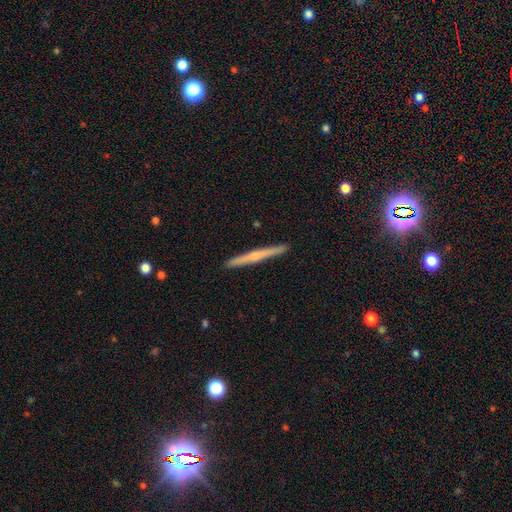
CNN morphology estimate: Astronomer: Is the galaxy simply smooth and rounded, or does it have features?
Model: featured or disk — 65%.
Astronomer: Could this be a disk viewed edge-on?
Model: yes — 98%.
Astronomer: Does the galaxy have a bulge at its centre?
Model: rounded — 70%.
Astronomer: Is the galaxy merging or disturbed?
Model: none — 93%.